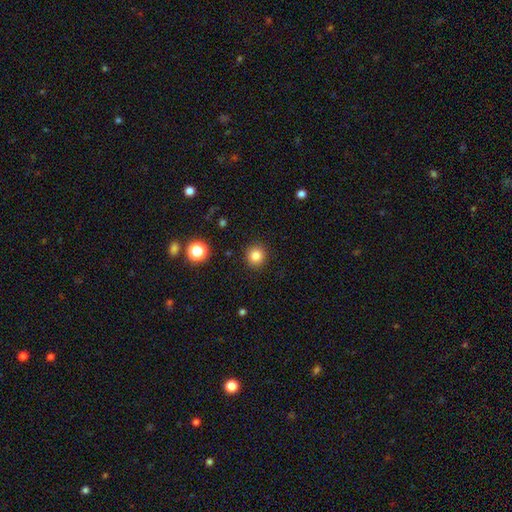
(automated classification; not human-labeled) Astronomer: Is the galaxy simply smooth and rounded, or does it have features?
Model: smooth — 83%.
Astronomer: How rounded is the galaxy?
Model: round — 91%.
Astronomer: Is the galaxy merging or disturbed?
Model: none — 91%.